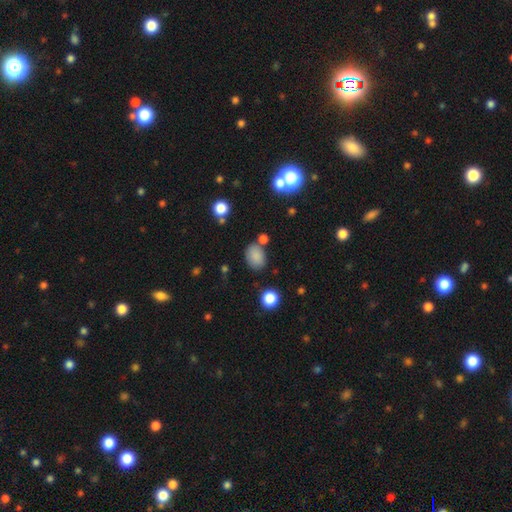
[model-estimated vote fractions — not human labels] Smooth or featured? Predicted: smooth (p=0.83). How rounded? Predicted: in between (p=0.74). Merging? Predicted: none (p=0.71).